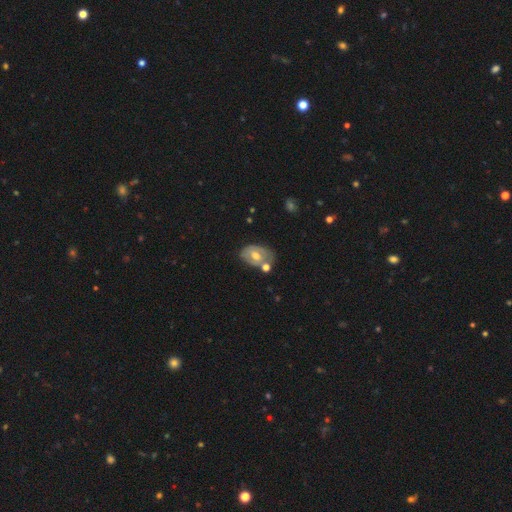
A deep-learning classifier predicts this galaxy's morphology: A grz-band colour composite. It shows a featured or disk galaxy (50%). Merging: none (51%).